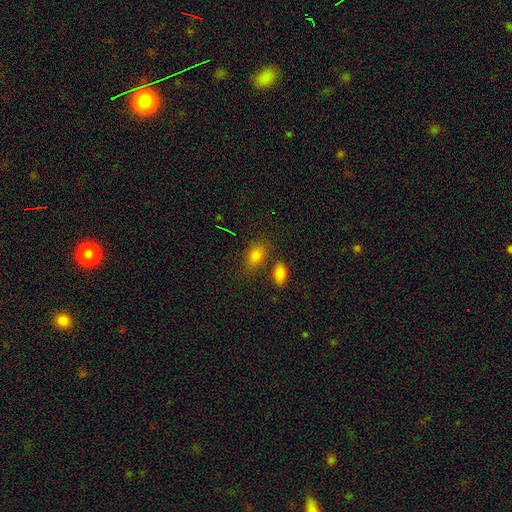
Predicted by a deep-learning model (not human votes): smooth-or-featured: smooth: 80% | star or artifact: 12% | featured or disk: 8%
  how-rounded: in between: 84% | round: 14% | cigar-shaped: 2%
  merging: none: 65% | minor disturbance: 15% | merger: 15% | major disturbance: 5%